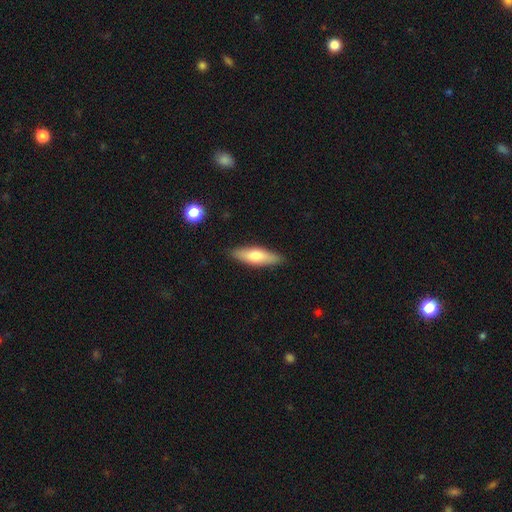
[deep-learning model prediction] Smooth or featured? smooth (67%)
How rounded? cigar-shaped (54%)
Merging? none (86%)